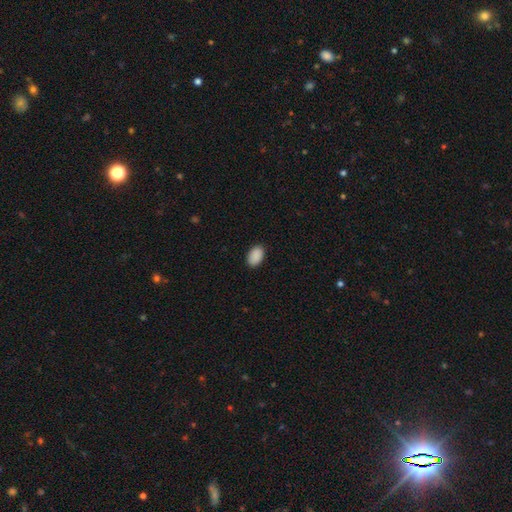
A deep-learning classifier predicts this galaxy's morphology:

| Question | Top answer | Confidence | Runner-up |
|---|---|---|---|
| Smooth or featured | smooth | 91% | star or artifact (7%) |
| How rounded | in between | 91% | round (7%) |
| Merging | none | 89% | minor disturbance (8%) |